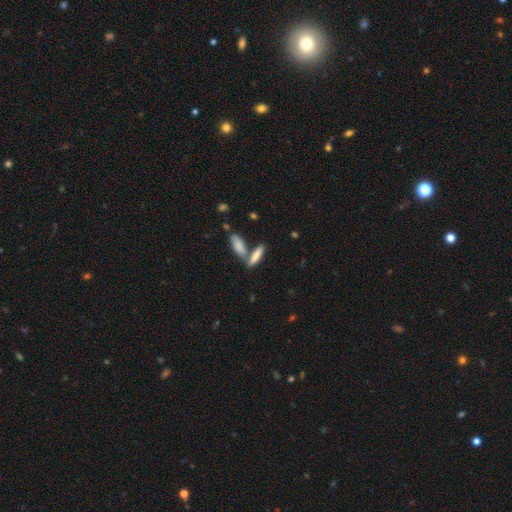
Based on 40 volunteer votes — Q: Smooth or featured?
A: smooth (95%); runner-up: featured or disk (5%)
Q: How rounded?
A: cigar-shaped (74%); runner-up: in between (26%)
Q: Merging?
A: none (50%); runner-up: merger (48%)